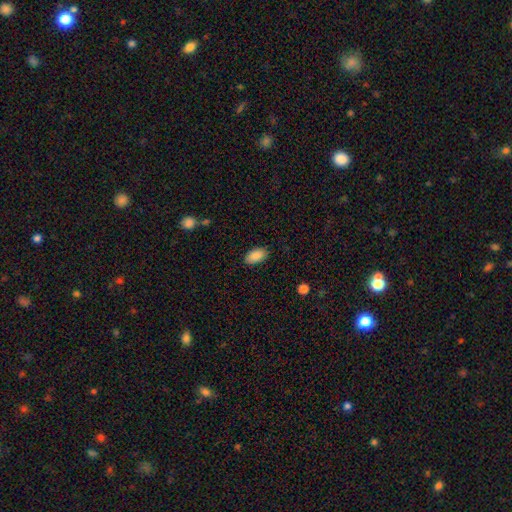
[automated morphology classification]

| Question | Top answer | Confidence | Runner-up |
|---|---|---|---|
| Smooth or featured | smooth | 89% | star or artifact (7%) |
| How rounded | in between | 94% | round (4%) |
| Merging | none | 85% | minor disturbance (11%) |